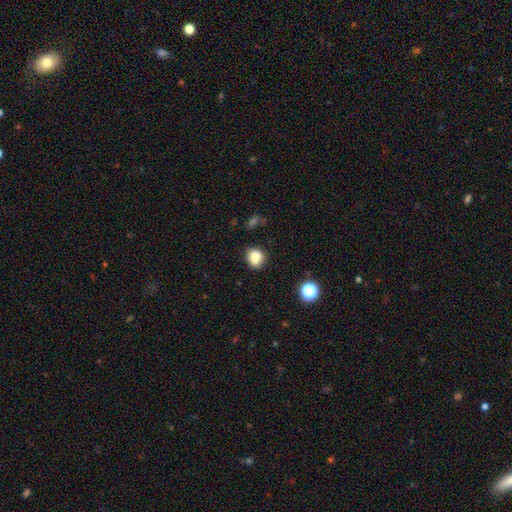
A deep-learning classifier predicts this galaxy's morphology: Smooth or featured? Predicted: smooth (p=0.77). How rounded? Predicted: round (p=0.63). Merging? Predicted: none (p=0.52).